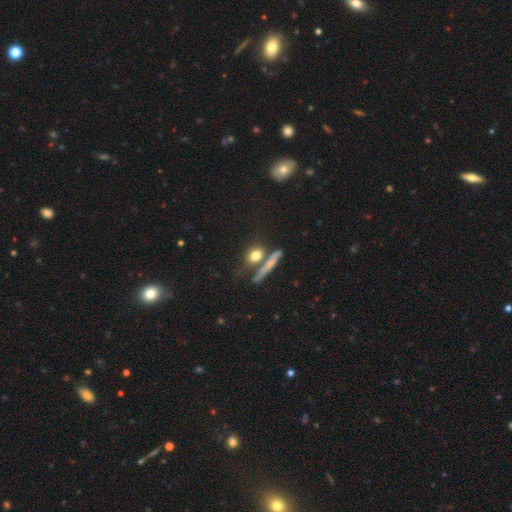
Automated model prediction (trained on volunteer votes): Overall: smooth (70%). How rounded: round (49%; in between 30%). Merging: none (58%; merger 21%).